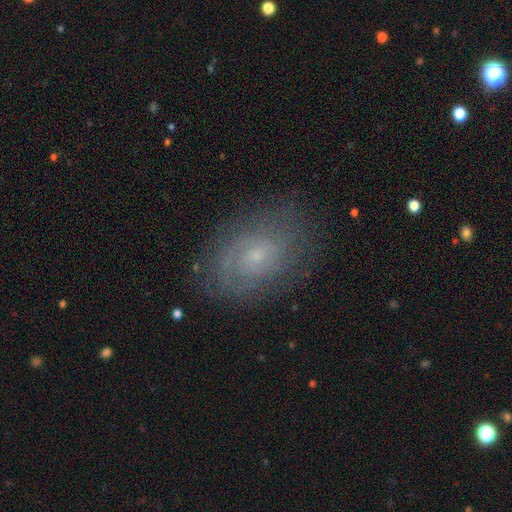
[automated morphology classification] This appears to be a featured or disk galaxy (69%) with no bar (70%), tight (62%) spiral arms (87%) and a small central bulge (75%). Merging: none (78%).